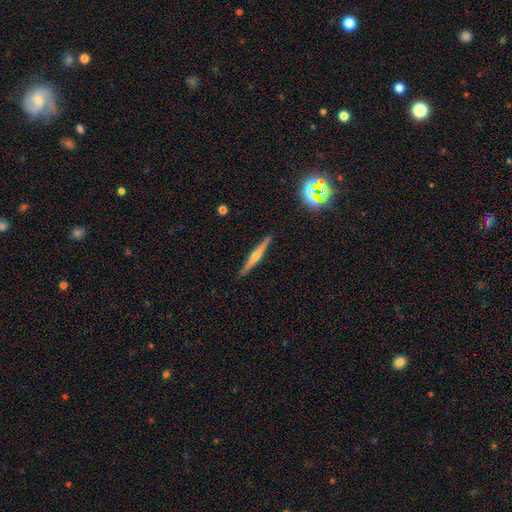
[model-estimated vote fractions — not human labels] Q: Smooth or featured?
A: featured or disk (68%); runner-up: smooth (23%)
Q: Edge-on disk?
A: yes (98%); runner-up: no (2%)
Q: Edge-on bulge?
A: rounded (78%); runner-up: none (13%)
Q: Merging?
A: none (91%); runner-up: minor disturbance (7%)